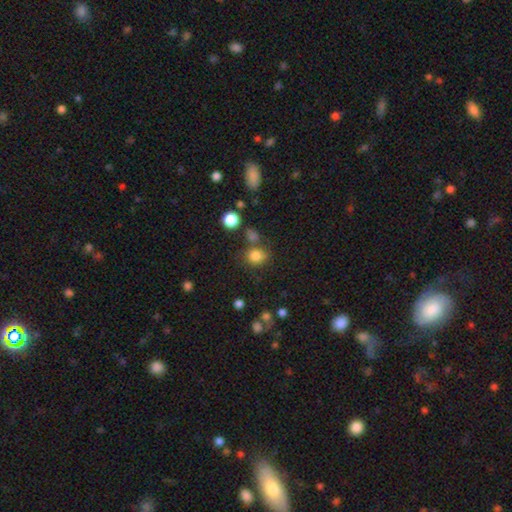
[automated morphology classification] Q: Smooth or featured?
A: smooth (81%); runner-up: star or artifact (14%)
Q: How rounded?
A: round (73%); runner-up: in between (26%)
Q: Merging?
A: none (69%); runner-up: minor disturbance (13%)